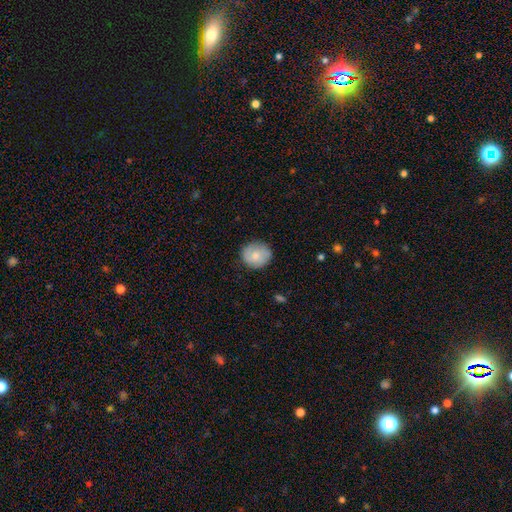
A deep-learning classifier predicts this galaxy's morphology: type=smooth (70%); roundness=round (83%); merging=none (83%).